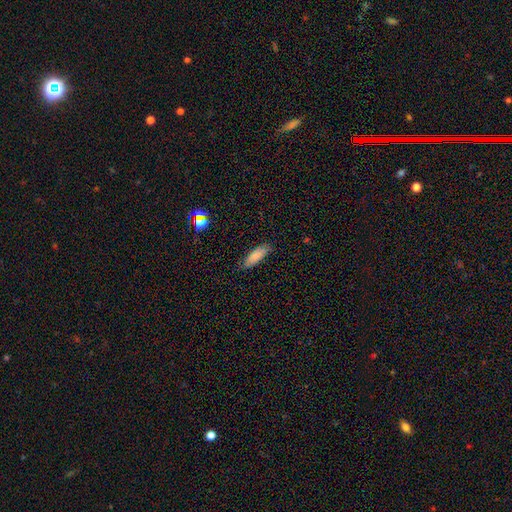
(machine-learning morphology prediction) Overall: smooth (81%). How rounded: in between (63%; cigar-shaped 36%). Merging: none (80%).